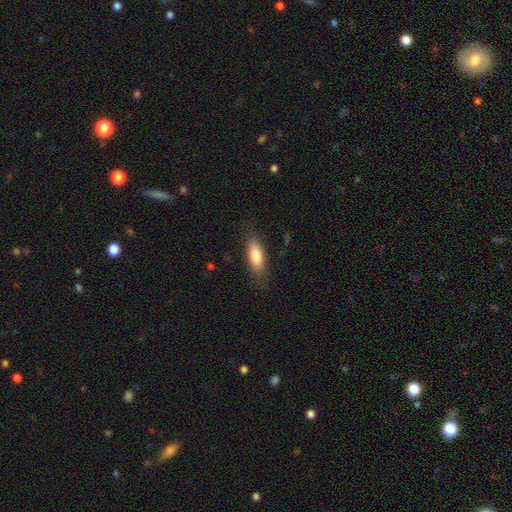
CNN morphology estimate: type=smooth (81%); roundness=in between (71%); merging=none (80%).